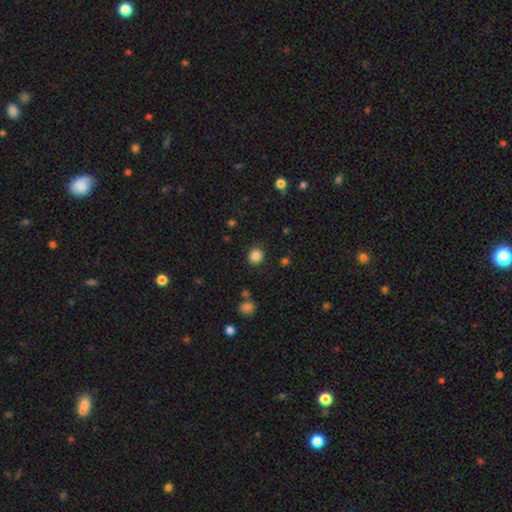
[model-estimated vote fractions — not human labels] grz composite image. It shows a smooth galaxy with no disk features (85%) that is round (87%). Merging: none (87%).